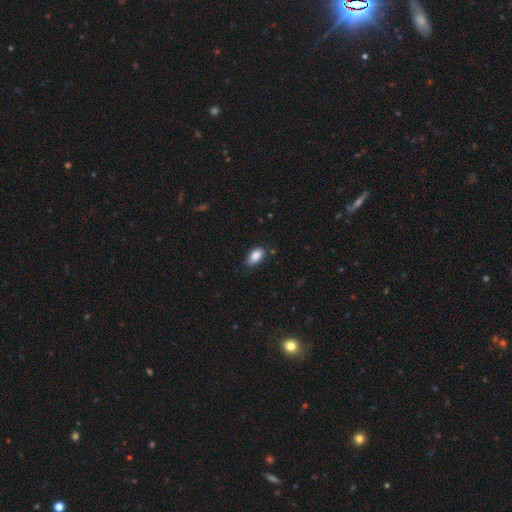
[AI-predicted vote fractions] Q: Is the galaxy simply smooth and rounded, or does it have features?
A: smooth — 86%.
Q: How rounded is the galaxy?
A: in between — 92%.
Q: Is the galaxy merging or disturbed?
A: none — 70%.